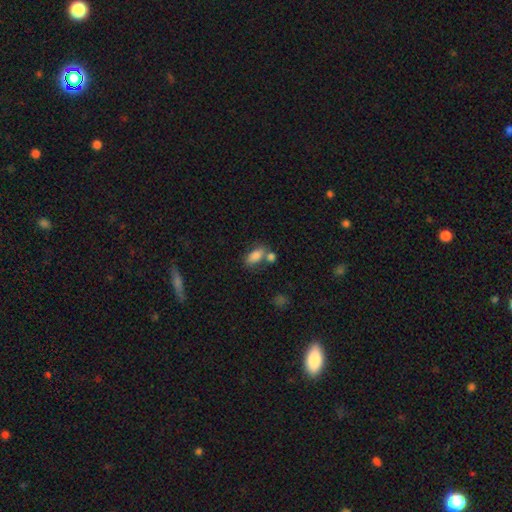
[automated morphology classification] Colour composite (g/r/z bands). It shows a smooth galaxy with no disk features (81%) that is in between round and cigar-shaped (86%). Merging: none (55%).